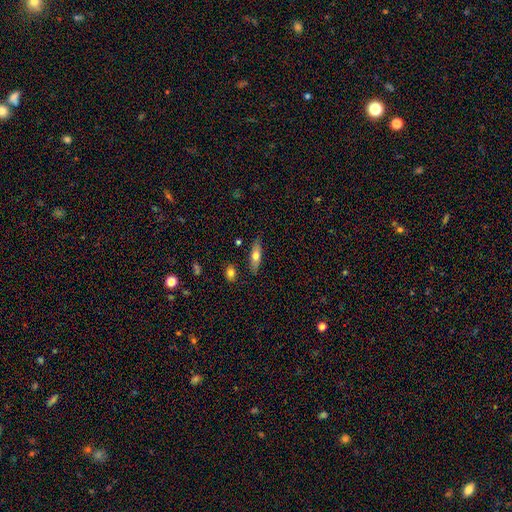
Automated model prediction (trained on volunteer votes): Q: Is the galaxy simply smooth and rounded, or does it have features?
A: smooth — 60%.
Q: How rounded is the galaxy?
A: cigar-shaped — 51%.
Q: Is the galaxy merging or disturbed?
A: none — 84%.